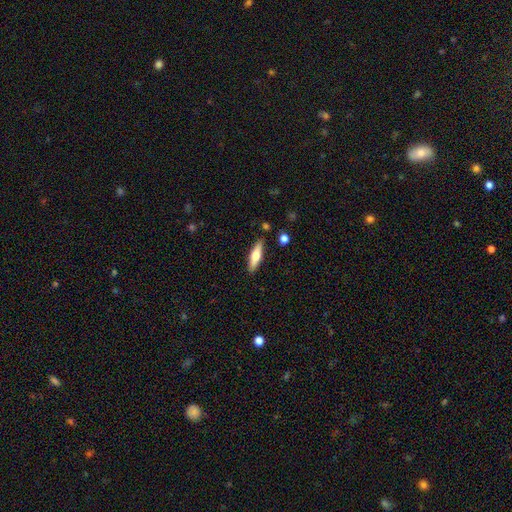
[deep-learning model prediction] Smooth or featured: smooth — 47% (tied with featured or disk — 47%)
Merging: none — 87% (minor disturbance — 9%)